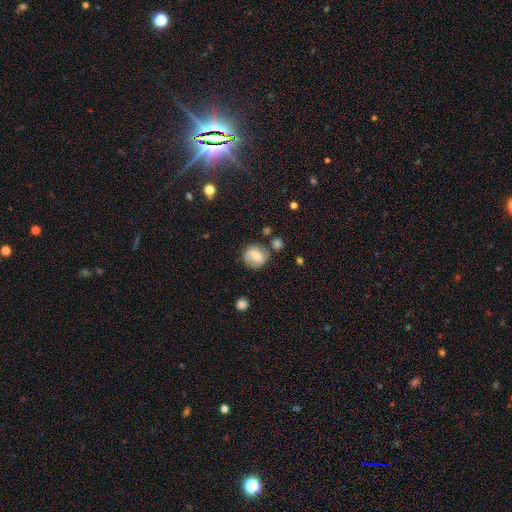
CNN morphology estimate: This is possibly a smooth galaxy (58%). How rounded: clearly round (81%). Merging: likely none (72%).